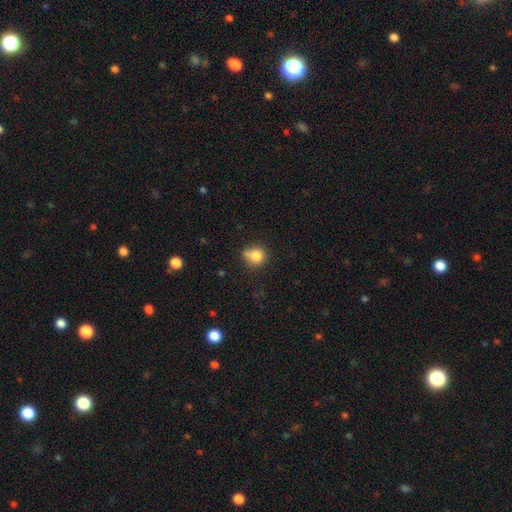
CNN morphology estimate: Smooth or featured? smooth (82%)
How rounded? round (82%)
Merging? none (57%)